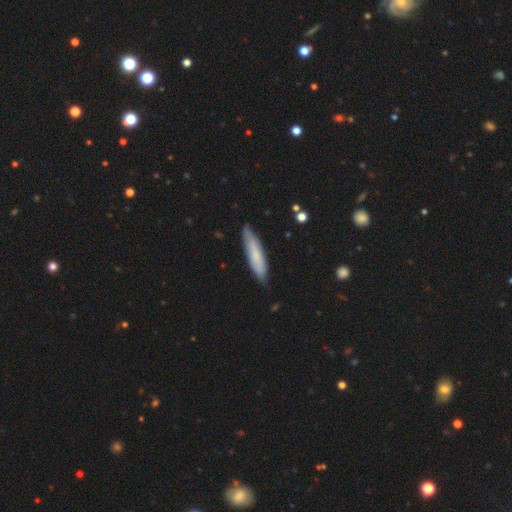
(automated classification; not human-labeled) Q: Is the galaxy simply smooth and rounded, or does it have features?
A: smooth — 65%.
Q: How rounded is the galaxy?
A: cigar-shaped — 79%.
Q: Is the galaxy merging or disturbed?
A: none — 82%.